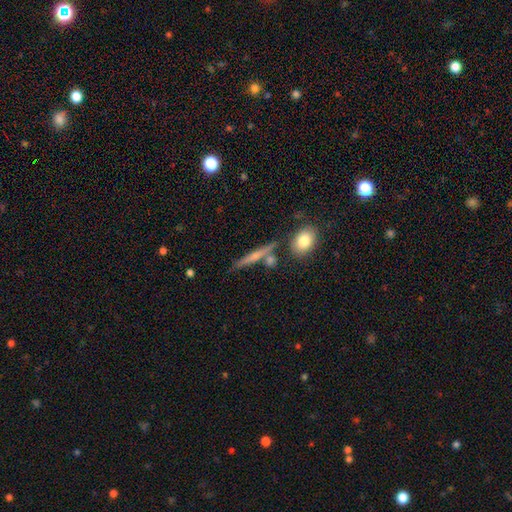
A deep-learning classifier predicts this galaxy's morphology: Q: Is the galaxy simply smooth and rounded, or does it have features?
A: featured or disk — 46%.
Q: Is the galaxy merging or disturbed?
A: none — 73%.